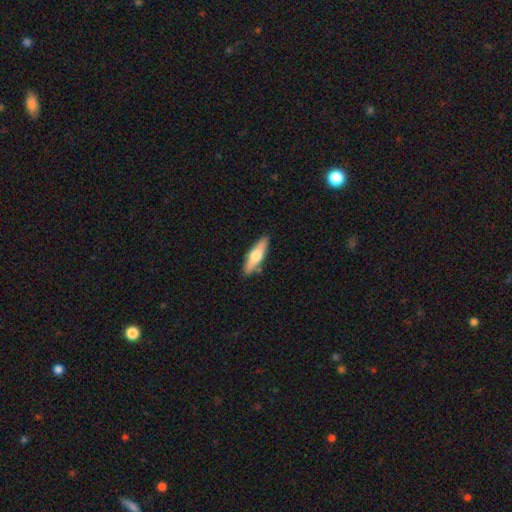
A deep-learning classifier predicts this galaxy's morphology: Q: Smooth or featured?
A: smooth (56%); runner-up: featured or disk (39%)
Q: How rounded?
A: cigar-shaped (63%); runner-up: in between (35%)
Q: Merging?
A: none (86%); runner-up: minor disturbance (10%)